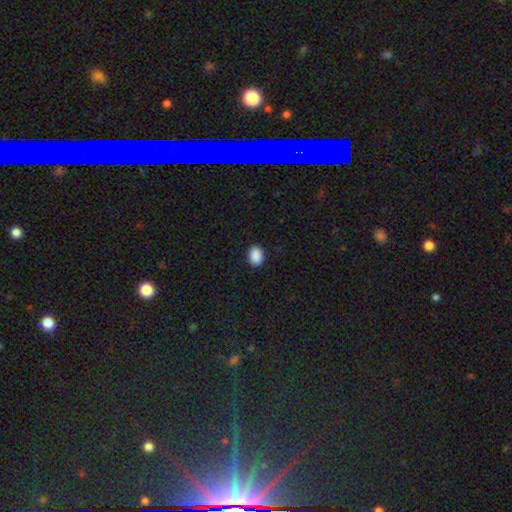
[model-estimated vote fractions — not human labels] This appears to be a smooth galaxy with no disk features (90%) that is in between round and cigar-shaped (73%). Merging: none (90%).